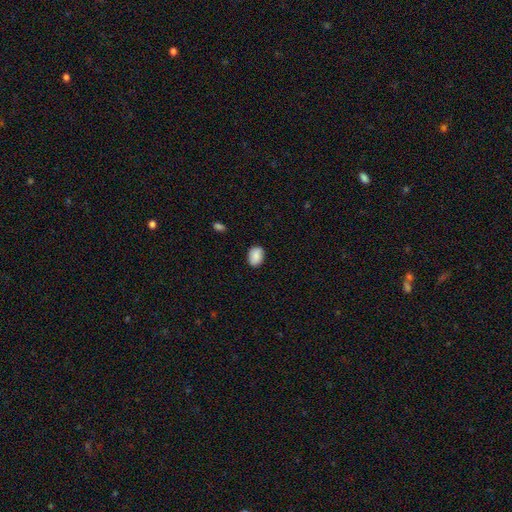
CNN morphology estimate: A smooth galaxy with no disk features (88%) that is in between round and cigar-shaped (74%). Merging: none (87%).